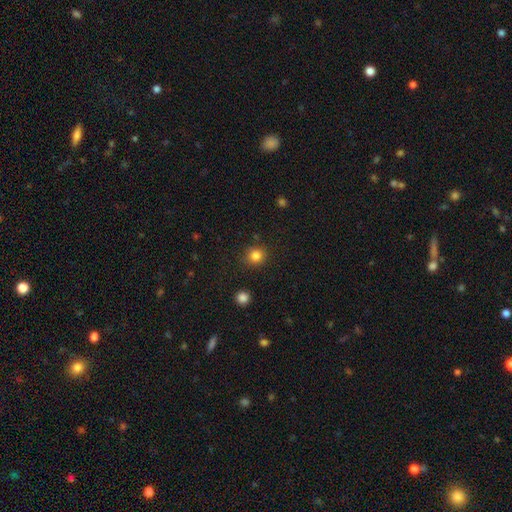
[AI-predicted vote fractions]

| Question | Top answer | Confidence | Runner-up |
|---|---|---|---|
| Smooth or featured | smooth | 83% | star or artifact (12%) |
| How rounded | round | 88% | in between (11%) |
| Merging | none | 87% | minor disturbance (9%) |